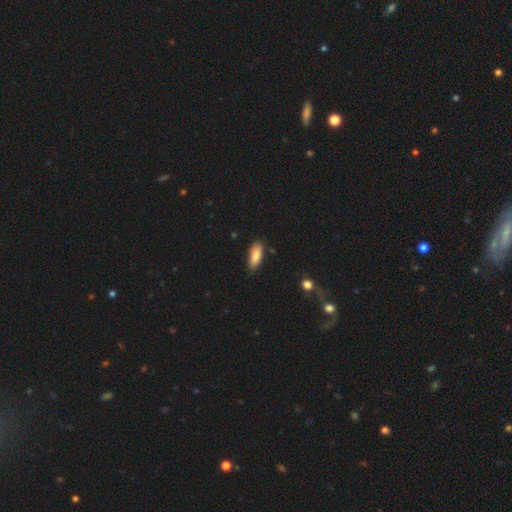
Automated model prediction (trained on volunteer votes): Morphology: type=smooth (85%); roundness=in between (76%); merging=none (84%).